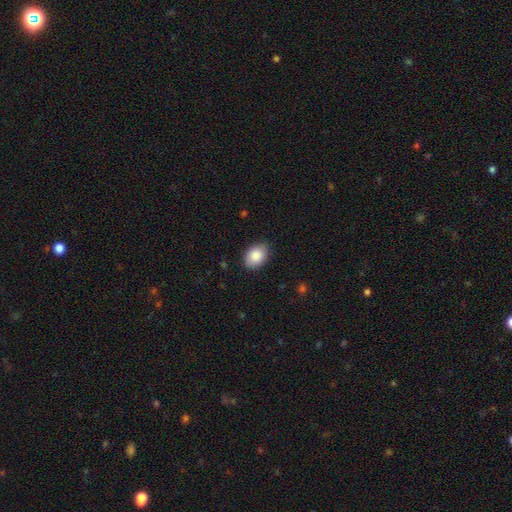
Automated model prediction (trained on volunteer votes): smooth-or-featured: smooth: 87% | star or artifact: 7% | featured or disk: 6%
  how-rounded: in between: 80% | round: 19% | cigar-shaped: 1%
  merging: none: 85% | minor disturbance: 11% | major disturbance: 2% | merger: 1%